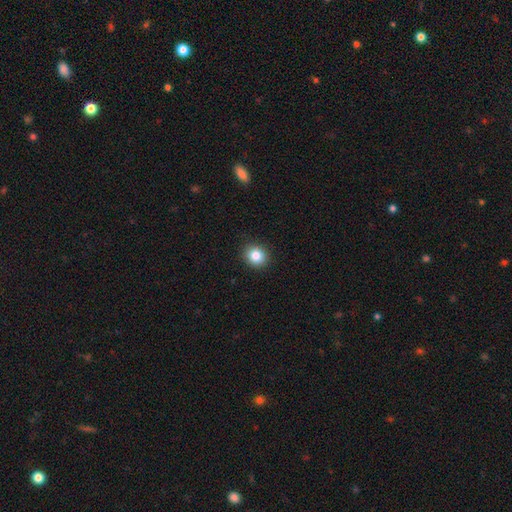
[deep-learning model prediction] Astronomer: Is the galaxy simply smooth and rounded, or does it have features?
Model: smooth — 84%.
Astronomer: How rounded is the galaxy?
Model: round — 78%.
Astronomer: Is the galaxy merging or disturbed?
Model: none — 91%.